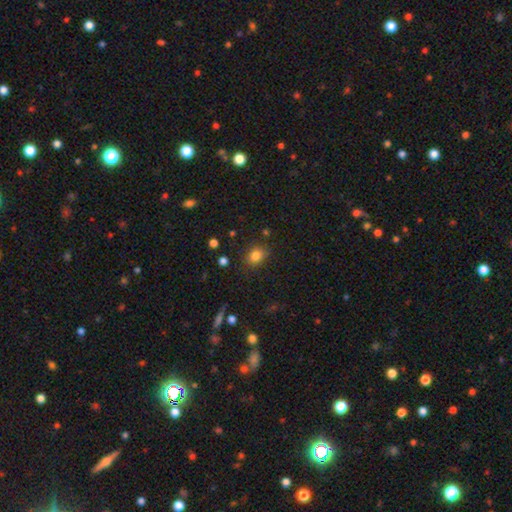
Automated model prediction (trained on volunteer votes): smooth_or_featured: smooth (p=0.82) [alt: star or artifact p=0.12]
how_rounded: in between (p=0.55) [alt: round p=0.44]
merging: none (p=0.80) [alt: minor disturbance p=0.14]